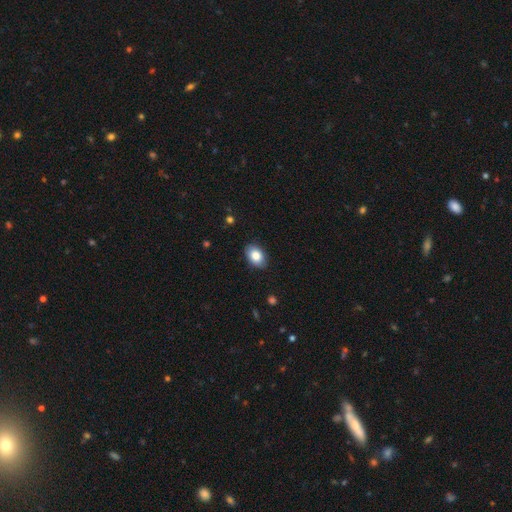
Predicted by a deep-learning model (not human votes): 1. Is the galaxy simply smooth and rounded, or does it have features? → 84% smooth, 9% featured or disk, 7% star or artifact.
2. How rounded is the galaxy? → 85% in between, 13% round, 1% cigar-shaped.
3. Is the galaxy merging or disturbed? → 86% none, 11% minor disturbance, 2% major disturbance, 1% merger.